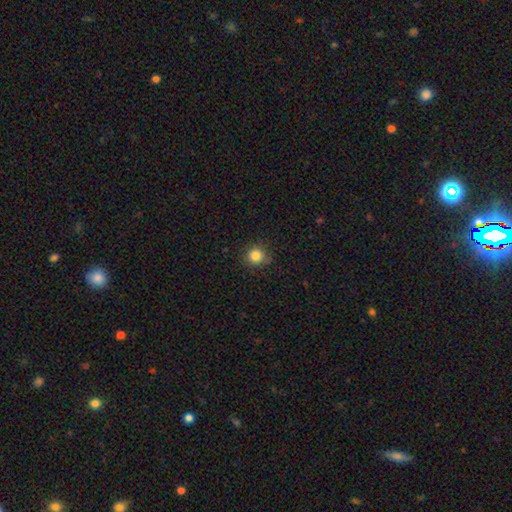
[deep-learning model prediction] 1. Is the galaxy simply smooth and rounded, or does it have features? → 84% smooth, 12% star or artifact, 5% featured or disk.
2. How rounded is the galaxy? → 91% round, 8% in between, 1% cigar-shaped.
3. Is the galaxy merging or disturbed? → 82% none, 13% minor disturbance, 3% major disturbance, 1% merger.